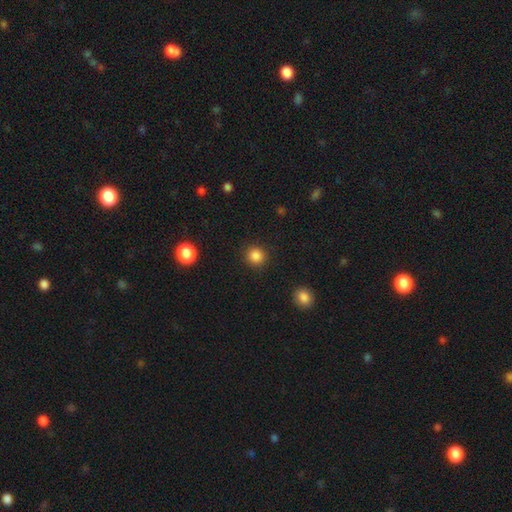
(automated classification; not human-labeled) Overall: smooth (86%). How rounded: round (92%). Merging: none (91%).